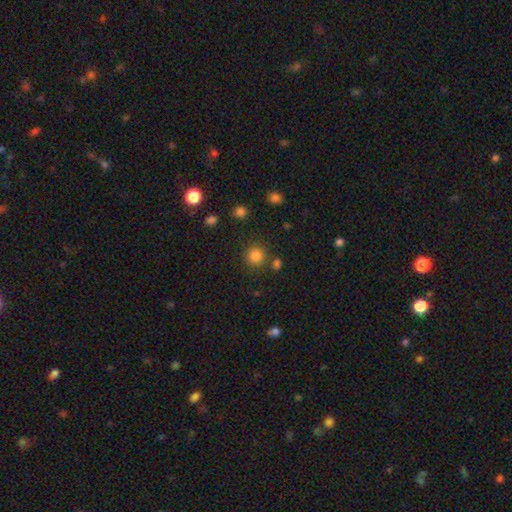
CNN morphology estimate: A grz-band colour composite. It shows a smooth galaxy with no disk features (83%) that is round (91%). Merging: none (83%).